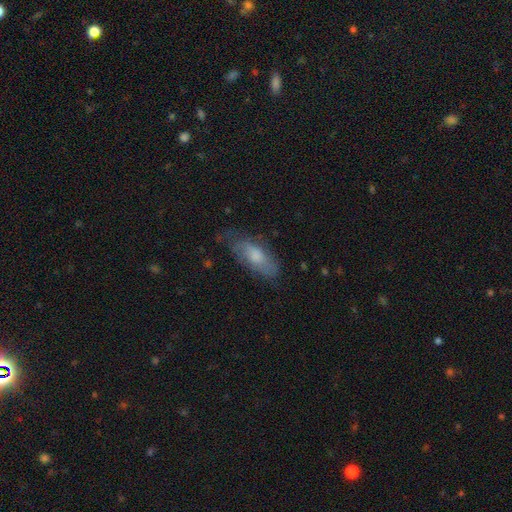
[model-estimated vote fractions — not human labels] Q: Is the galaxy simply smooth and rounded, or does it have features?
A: smooth — 54%.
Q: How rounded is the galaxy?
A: in between — 77%.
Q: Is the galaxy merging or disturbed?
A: none — 58%.